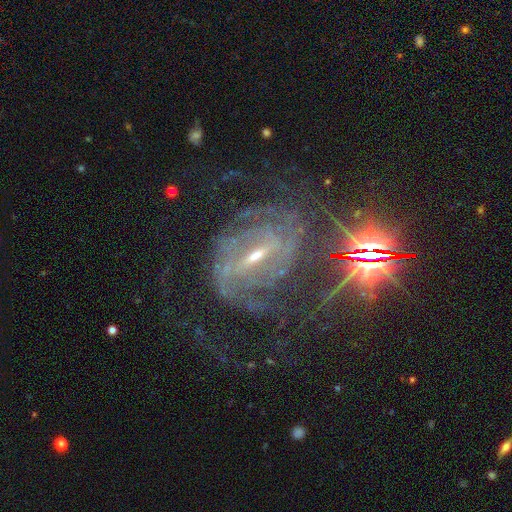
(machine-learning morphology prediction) Overall: featured or disk (83%). Edge-on disk: no (94%). Bar: strong (65%; weak 26%). Spiral arms: yes (94%). Spiral arm count: 2 (33%; can't tell 28%). Spiral winding: tight (50%; medium 38%). Bulge size: small (71%). Merging: none (56%; major disturbance 24%).